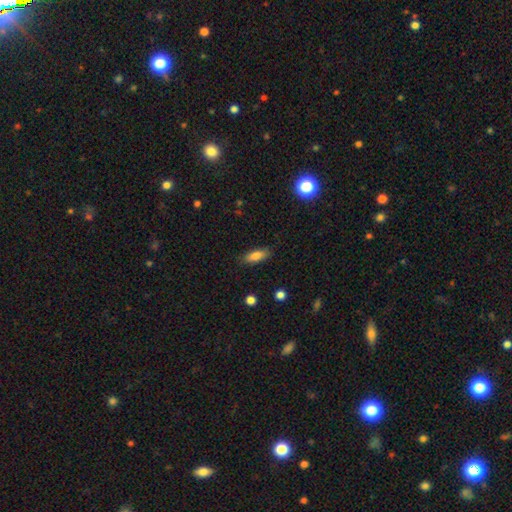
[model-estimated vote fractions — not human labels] Smooth or featured? smooth (83%)
How rounded? in between (67%)
Merging? none (85%)